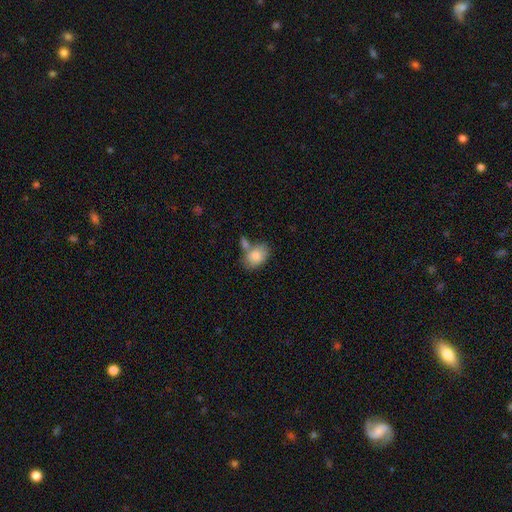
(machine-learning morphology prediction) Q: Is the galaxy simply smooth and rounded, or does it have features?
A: smooth — 82%.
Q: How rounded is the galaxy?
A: in between — 82%.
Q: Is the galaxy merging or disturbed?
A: none — 48%.